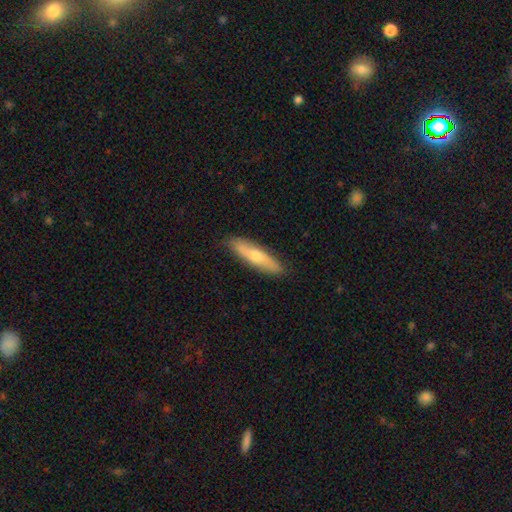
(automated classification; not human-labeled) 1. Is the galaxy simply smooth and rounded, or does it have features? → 56% smooth, 39% featured or disk, 5% star or artifact.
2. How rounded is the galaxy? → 76% cigar-shaped, 22% in between, 2% round.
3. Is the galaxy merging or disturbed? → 86% none, 11% minor disturbance, 2% major disturbance, 1% merger.